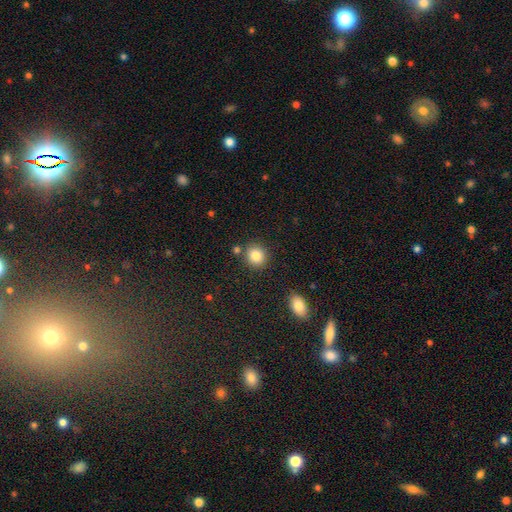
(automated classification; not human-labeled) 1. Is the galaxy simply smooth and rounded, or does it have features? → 85% smooth, 10% star or artifact, 6% featured or disk.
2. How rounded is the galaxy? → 84% round, 15% in between, 1% cigar-shaped.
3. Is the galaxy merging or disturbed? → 82% none, 9% minor disturbance, 7% merger, 3% major disturbance.